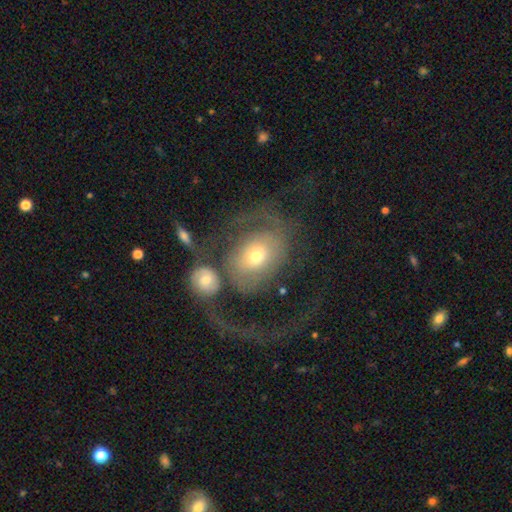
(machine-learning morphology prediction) A featured or disk galaxy (62%) with no bar (73%), spiral arms (68%) and a moderate central bulge (55%). Merging: major disturbance (38%).